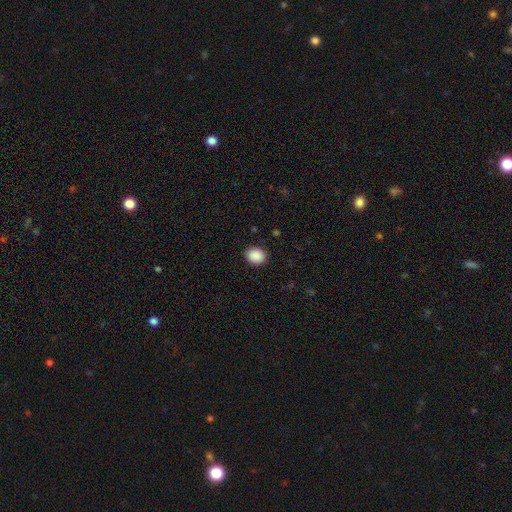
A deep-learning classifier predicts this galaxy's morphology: A smooth galaxy with no disk features (90%) that is round (56%). Merging: none (89%).